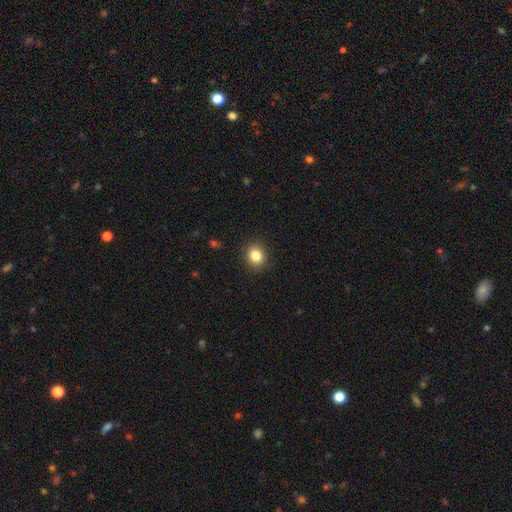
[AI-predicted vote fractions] Smooth or featured? Predicted: smooth (p=0.84). How rounded? Predicted: round (p=0.73). Merging? Predicted: none (p=0.90).